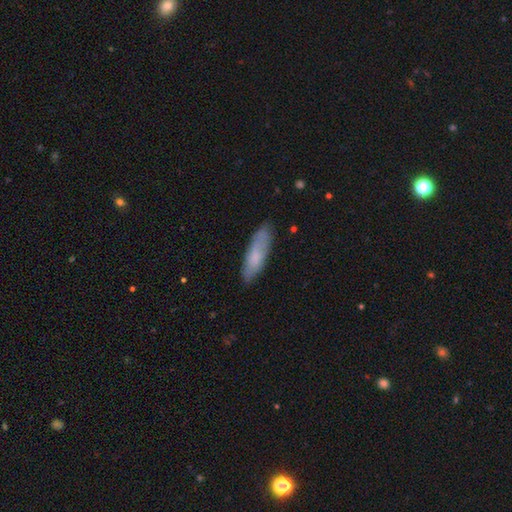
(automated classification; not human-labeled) This appears to be a smooth galaxy with no disk features (69%) that is cigar-shaped (54%). Merging: none (80%).